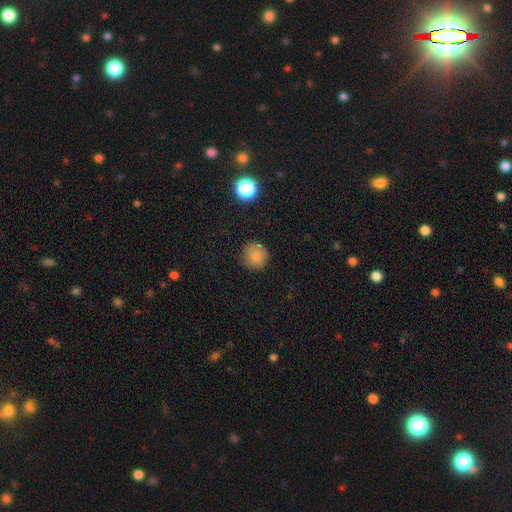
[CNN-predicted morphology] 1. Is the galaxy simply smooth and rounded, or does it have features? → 83% smooth, 12% star or artifact, 6% featured or disk.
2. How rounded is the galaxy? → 93% round, 6% in between, 1% cigar-shaped.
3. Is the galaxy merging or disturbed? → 86% none, 10% minor disturbance, 3% major disturbance, 1% merger.